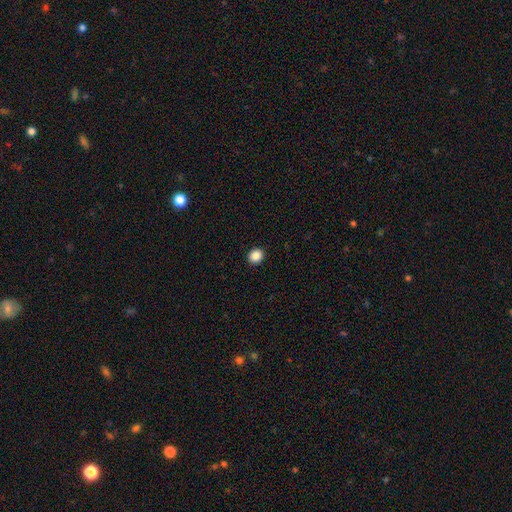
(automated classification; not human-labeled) Smooth or featured? Predicted: smooth (p=0.87). How rounded? Predicted: round (p=0.80). Merging? Predicted: none (p=0.93).